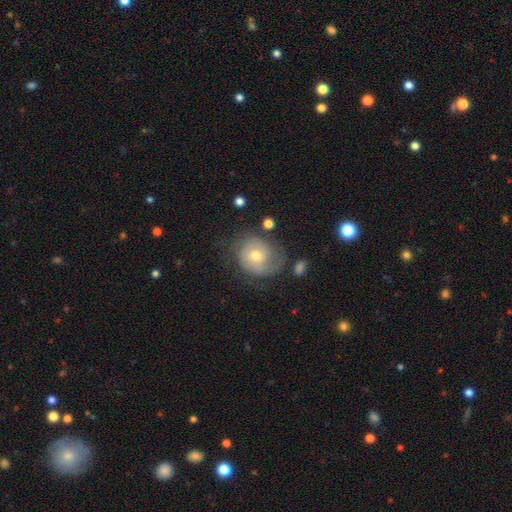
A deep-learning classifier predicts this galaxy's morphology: Q: Smooth or featured?
A: featured or disk (58%); runner-up: smooth (34%)
Q: Edge-on disk?
A: no (97%); runner-up: yes (3%)
Q: Bar?
A: no (70%); runner-up: weak (25%)
Q: Spiral arms?
A: yes (80%); runner-up: no (20%)
Q: Bulge size?
A: moderate (55%); runner-up: small (40%)
Q: Merging?
A: none (53%); runner-up: minor disturbance (25%)